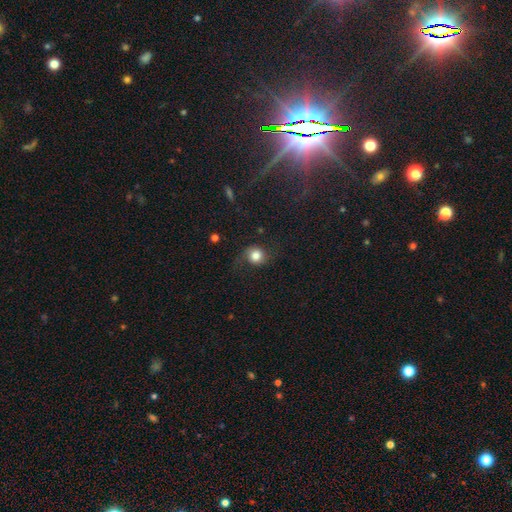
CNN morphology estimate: Smooth or featured? Predicted: smooth (p=0.68). How rounded? Predicted: round (p=0.81). Merging? Predicted: none (p=0.66).